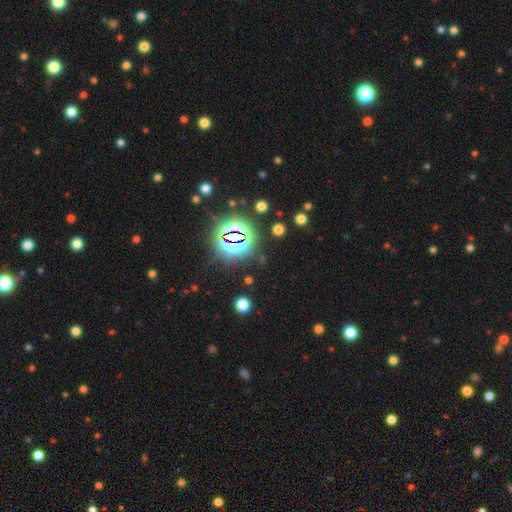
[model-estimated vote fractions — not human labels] Q: Smooth or featured?
A: star or artifact (81%); runner-up: smooth (12%)